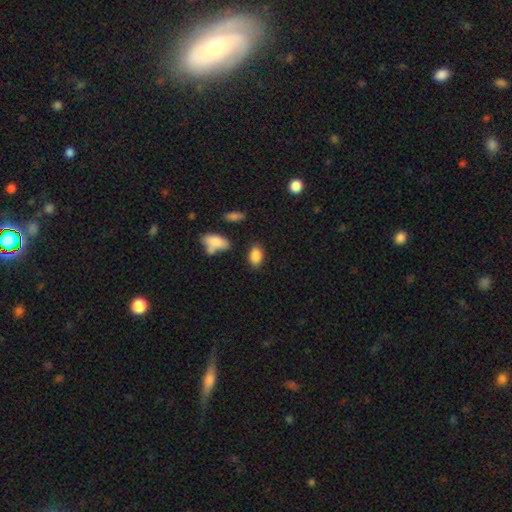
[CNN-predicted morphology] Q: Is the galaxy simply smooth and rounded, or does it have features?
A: smooth — 87%.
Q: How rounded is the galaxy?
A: in between — 87%.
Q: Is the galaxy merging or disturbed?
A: none — 80%.